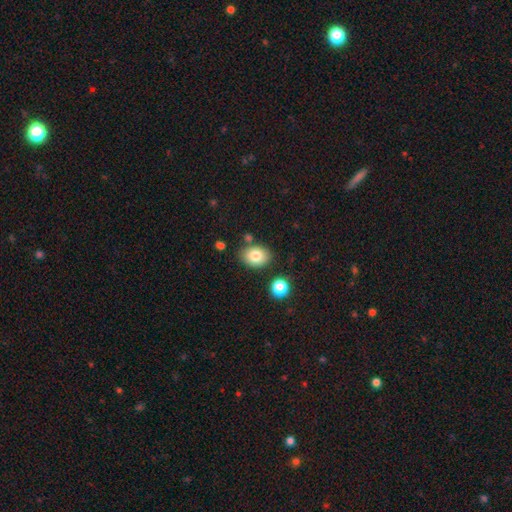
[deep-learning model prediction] Smooth or featured? Predicted: smooth (p=0.82). How rounded? Predicted: in between (p=0.68). Merging? Predicted: none (p=0.80).